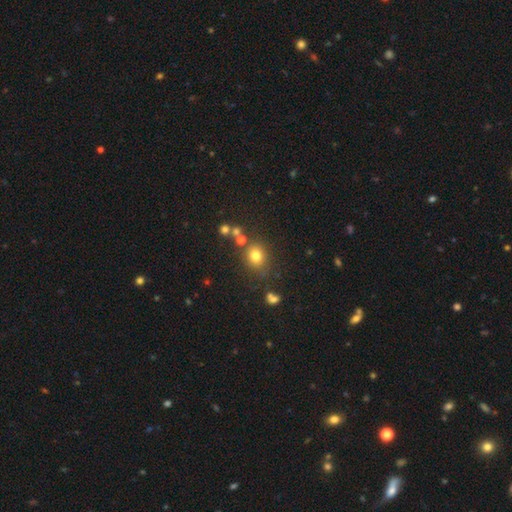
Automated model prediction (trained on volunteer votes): The model was most divided on "how rounded": round: 71%, in between: 28%, cigar-shaped: 1%. More confident: smooth or featured — smooth (76%); merging — none (75%).